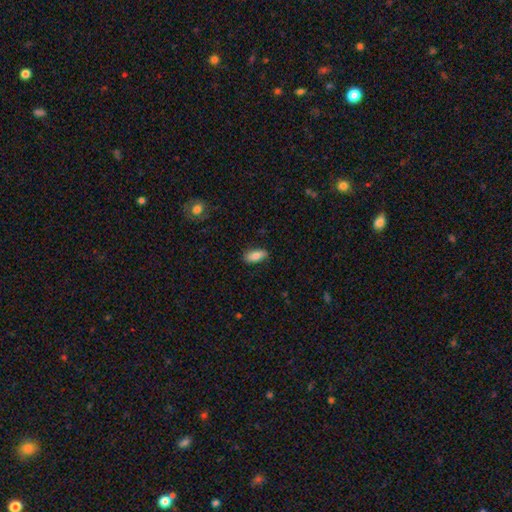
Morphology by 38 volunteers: smooth-or-featured: smooth: 87% | featured or disk: 8% | star or artifact: 5%
  how-rounded: in between: 97% | cigar-shaped: 3% | round: 0%
  merging: none: 81% | minor disturbance: 17% | major disturbance: 3% | merger: 0%